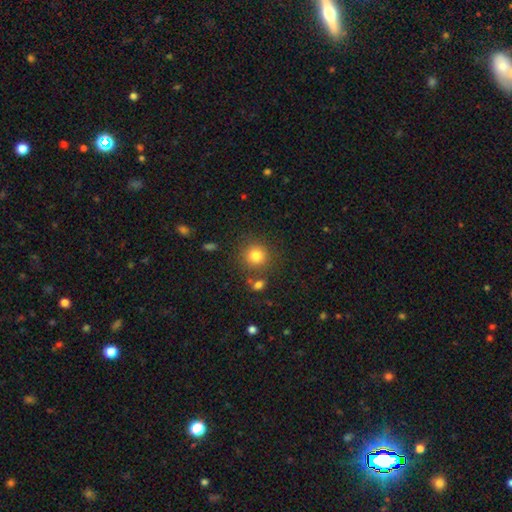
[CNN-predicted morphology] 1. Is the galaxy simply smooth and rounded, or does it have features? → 81% smooth, 12% star or artifact, 7% featured or disk.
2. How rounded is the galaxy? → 90% round, 9% in between, 1% cigar-shaped.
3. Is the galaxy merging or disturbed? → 80% none, 9% minor disturbance, 7% merger, 4% major disturbance.